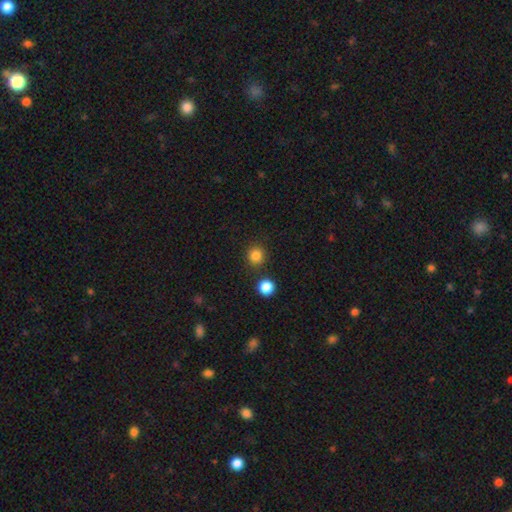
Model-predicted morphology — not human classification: This appears to be a smooth galaxy with no disk features (83%) that is round (92%). Merging: none (87%).